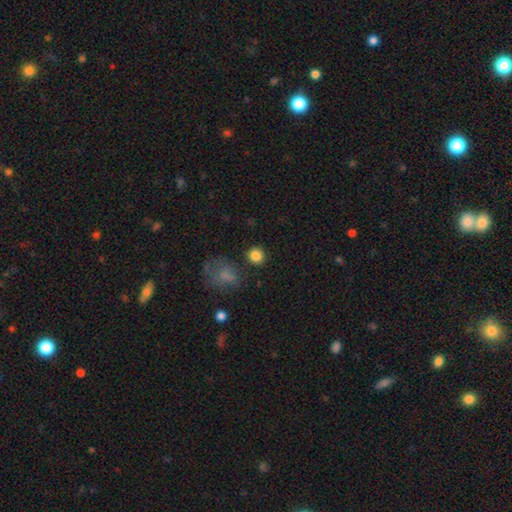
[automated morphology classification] type=smooth (84%); roundness=round (88%); merging=none (85%).